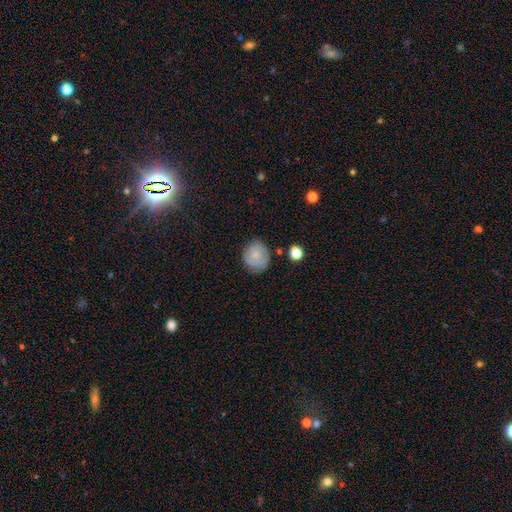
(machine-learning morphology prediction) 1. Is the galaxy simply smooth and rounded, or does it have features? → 64% smooth, 27% featured or disk, 9% star or artifact.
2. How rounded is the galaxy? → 81% round, 18% in between, 1% cigar-shaped.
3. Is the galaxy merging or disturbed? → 72% none, 20% minor disturbance, 6% major disturbance, 2% merger.